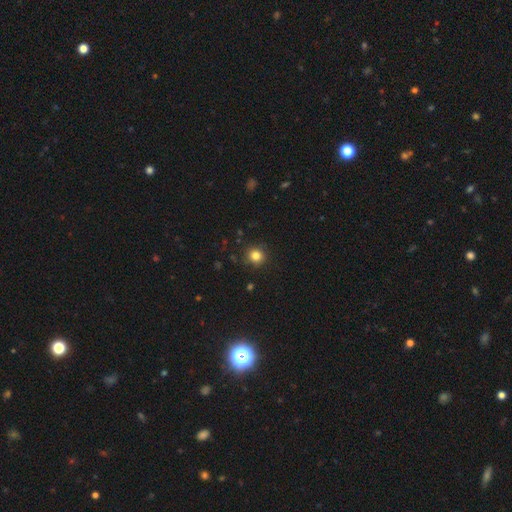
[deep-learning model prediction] smooth 82%, star or artifact 13%, featured or disk 5%. Down the decision tree: how rounded — round (91%); merging — none (89%).